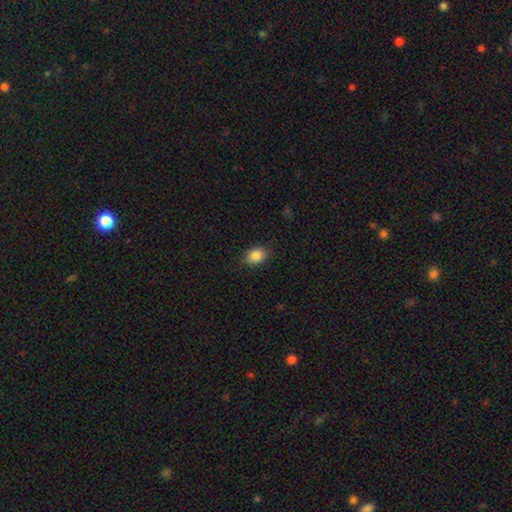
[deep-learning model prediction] This appears to be a smooth galaxy with no disk features (87%) that is in between round and cigar-shaped (76%). Merging: none (85%).